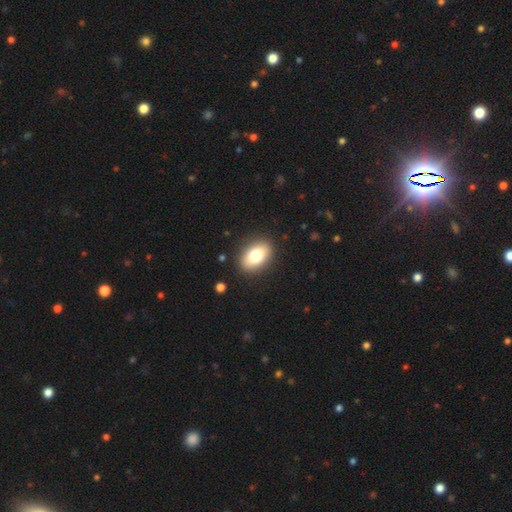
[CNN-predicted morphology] smooth-or-featured: smooth: 80% | featured or disk: 12% | star or artifact: 8%
  how-rounded: in between: 87% | round: 11% | cigar-shaped: 2%
  merging: none: 88% | minor disturbance: 8% | major disturbance: 3% | merger: 1%